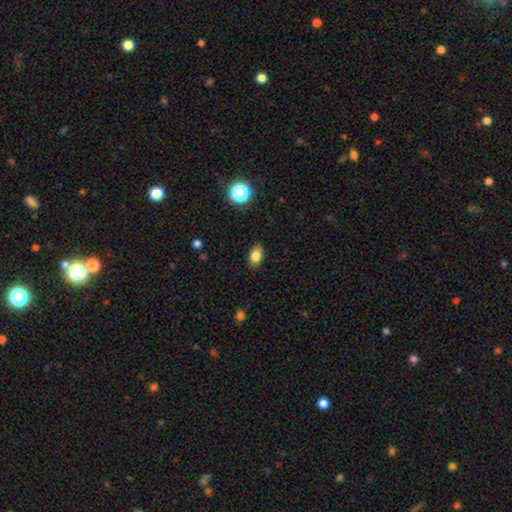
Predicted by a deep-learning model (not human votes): A smooth galaxy with no disk features (82%) that is in between round and cigar-shaped (85%).

Vote fractions:
- Smooth or featured? smooth: 82% / star or artifact: 10% / featured or disk: 8%
- How rounded? in between: 85% / round: 13% / cigar-shaped: 2%
- Merging? none: 87% / minor disturbance: 9% / major disturbance: 2% / merger: 1%